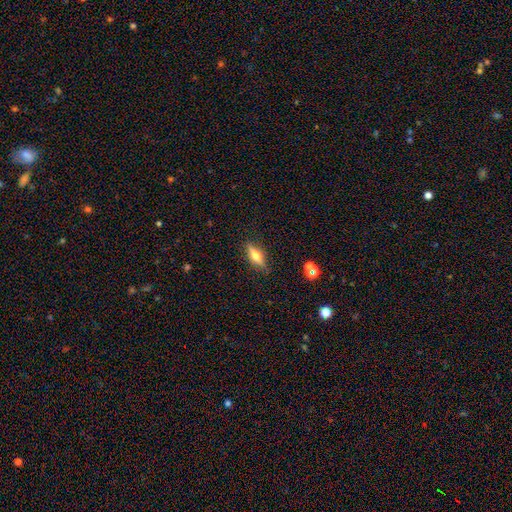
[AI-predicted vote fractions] smooth_or_featured: featured or disk (p=0.49) [alt: smooth p=0.42]
merging: none (p=0.87) [alt: minor disturbance p=0.10]